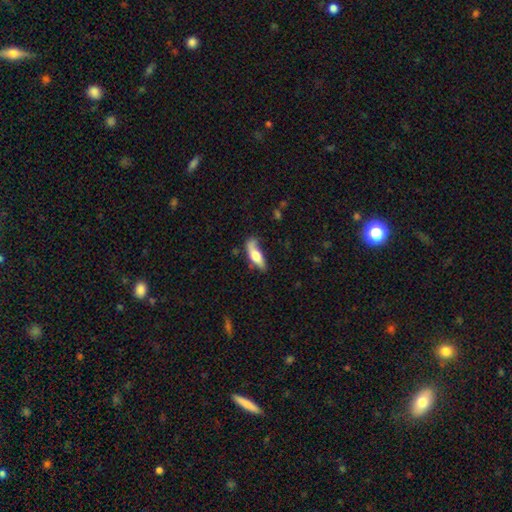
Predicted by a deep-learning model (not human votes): Q: Smooth or featured?
A: smooth (55%); runner-up: featured or disk (38%)
Q: How rounded?
A: in between (54%); runner-up: cigar-shaped (42%)
Q: Merging?
A: none (52%); runner-up: minor disturbance (28%)